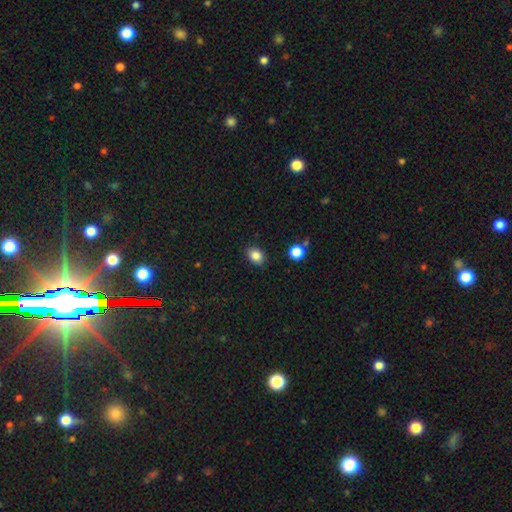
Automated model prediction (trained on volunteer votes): smooth 85%, star or artifact 10%, featured or disk 5%. Down the decision tree: how rounded — in between (66%); merging — none (86%).